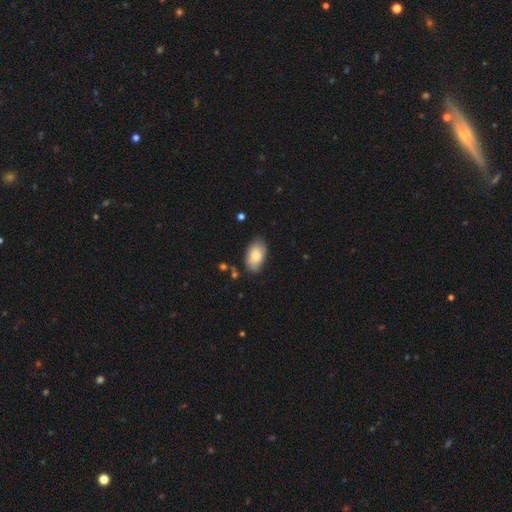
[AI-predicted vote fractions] Q: Smooth or featured?
A: smooth (79%); runner-up: featured or disk (14%)
Q: How rounded?
A: in between (93%); runner-up: round (6%)
Q: Merging?
A: none (78%); runner-up: minor disturbance (17%)